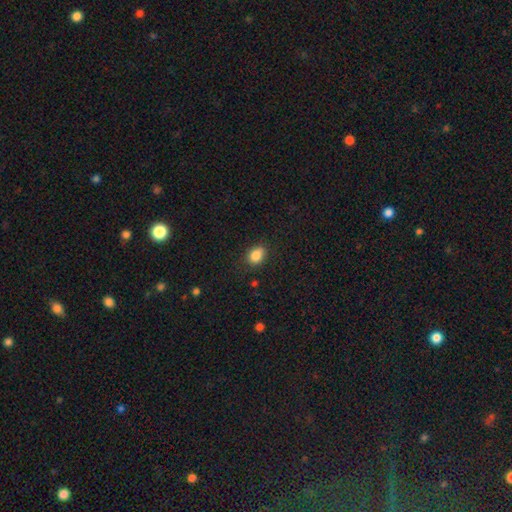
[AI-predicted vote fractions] smooth 85%, star or artifact 10%, featured or disk 6%. Down the decision tree: how rounded — in between (61%); merging — none (78%).